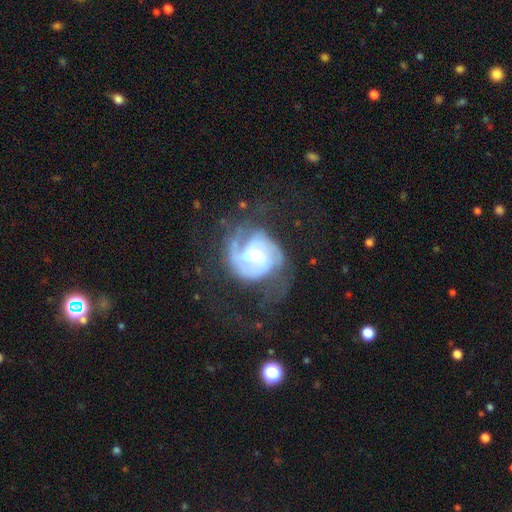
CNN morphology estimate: This is clearly a featured or disk galaxy (87%). It is clearly not viewed edge-on (98%). Bar: possibly weak (48%). Spiral arm pattern: clearly yes (96%). Spiral arm count: possibly 2 (58%). Spiral winding: possibly medium (48%). Central bulge: likely moderate (62%). Merging: possibly none (54%).